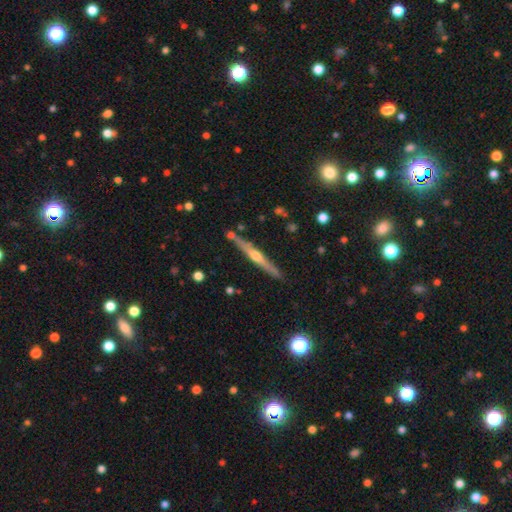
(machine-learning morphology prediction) Smooth or featured? Predicted: featured or disk (p=0.70). Edge-on disk? Predicted: yes (p=0.97). Edge-on bulge? Predicted: rounded (p=0.87). Merging? Predicted: none (p=0.84).